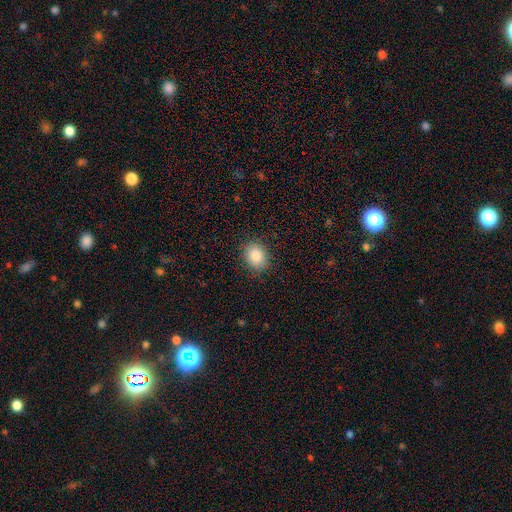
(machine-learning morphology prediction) A smooth galaxy with no disk features (85%) that is round (52%). Merging: none (88%).